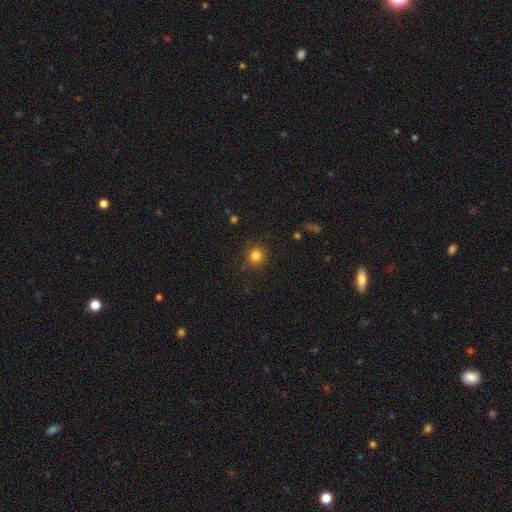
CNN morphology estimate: This appears to be a smooth galaxy with no disk features (82%) that is round (91%). Merging: none (87%).